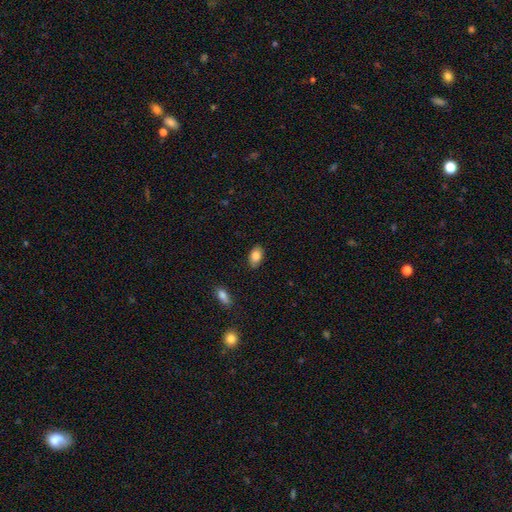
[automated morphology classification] Q: Smooth or featured?
A: smooth (84%); runner-up: featured or disk (8%)
Q: How rounded?
A: in between (90%); runner-up: round (8%)
Q: Merging?
A: none (84%); runner-up: minor disturbance (12%)